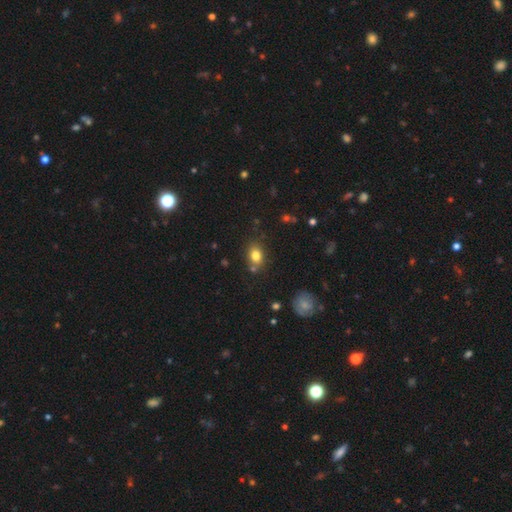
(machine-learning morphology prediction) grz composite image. It shows a smooth galaxy with no disk features (80%) that is in between round and cigar-shaped (67%). Merging: none (73%).